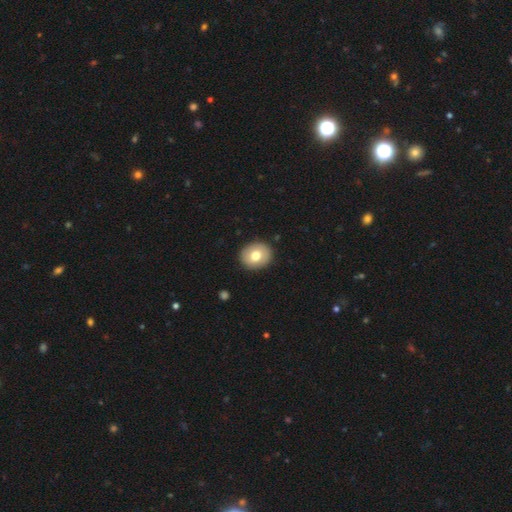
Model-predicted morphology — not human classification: smooth_or_featured: smooth (p=0.74) [alt: featured or disk p=0.19]
how_rounded: round (p=0.65) [alt: in between p=0.34]
merging: none (p=0.90) [alt: minor disturbance p=0.07]